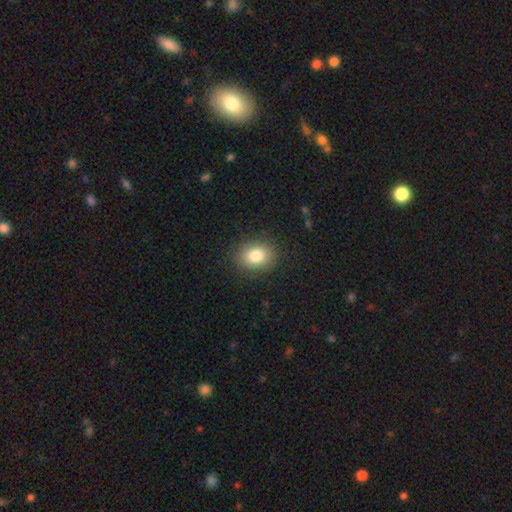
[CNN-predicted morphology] Overall: smooth (82%). How rounded: round (51%; in between 48%). Merging: none (88%).